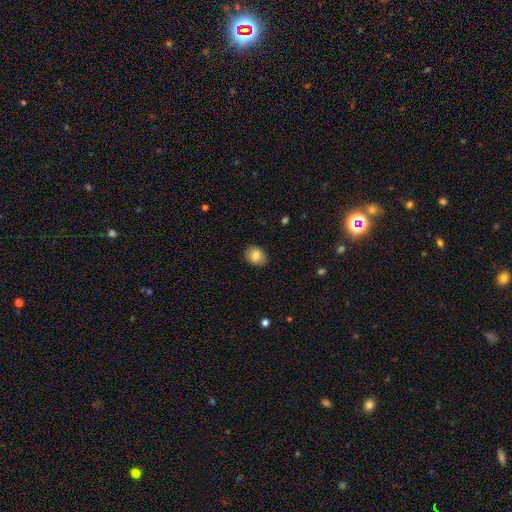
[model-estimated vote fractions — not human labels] smooth_or_featured: smooth (p=0.82) [alt: featured or disk p=0.10]
how_rounded: in between (p=0.52) [alt: round p=0.47]
merging: none (p=0.88) [alt: minor disturbance p=0.09]